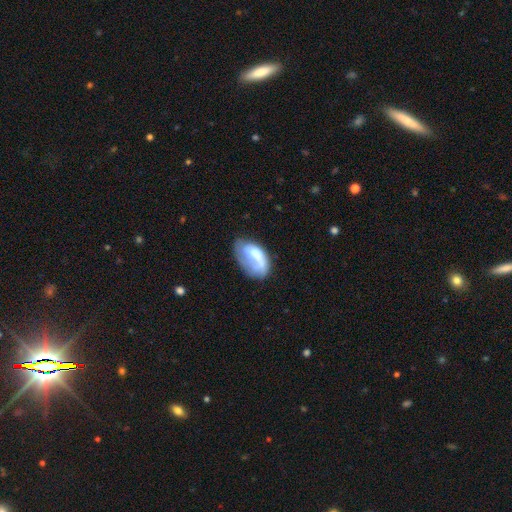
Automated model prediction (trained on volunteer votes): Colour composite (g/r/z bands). It shows a smooth galaxy with no disk features (55%) that is in between round and cigar-shaped (92%). Merging: none (42%).